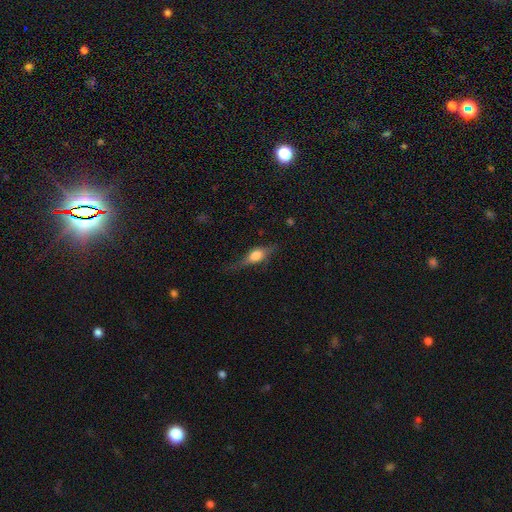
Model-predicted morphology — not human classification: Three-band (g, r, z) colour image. It shows a smooth galaxy with no disk features (49%). Merging: none (61%).